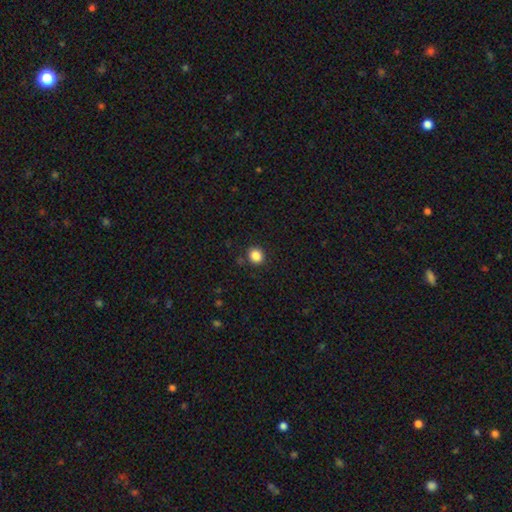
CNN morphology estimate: Overall: smooth (85%). How rounded: round (79%). Merging: none (88%).